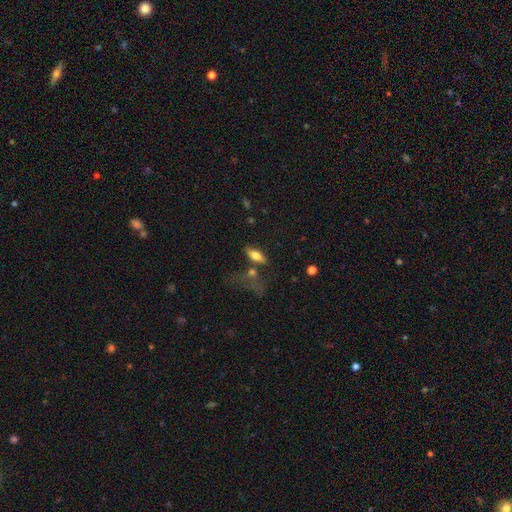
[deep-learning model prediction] Smooth or featured: smooth — 62% (featured or disk — 30%)
How rounded: in between — 69% (cigar-shaped — 27%)
Merging: none — 64% (minor disturbance — 15%)